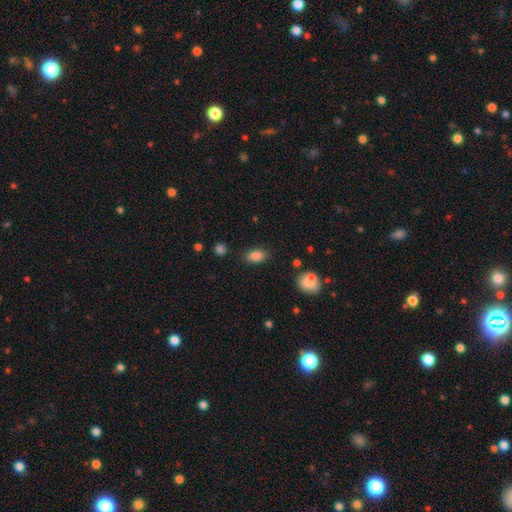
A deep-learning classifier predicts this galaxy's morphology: type=smooth (85%); roundness=in between (88%); merging=none (83%).